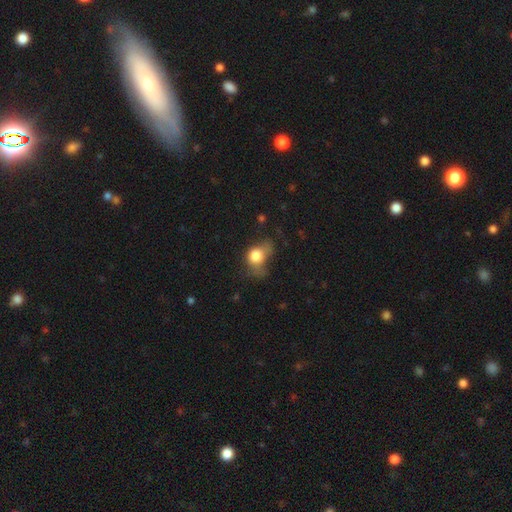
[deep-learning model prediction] A smooth galaxy with no disk features (76%) that is in between round and cigar-shaped (51%).

Vote fractions:
- Smooth or featured? smooth: 76% / featured or disk: 14% / star or artifact: 10%
- How rounded? in between: 51% / round: 48% / cigar-shaped: 2%
- Merging? major disturbance: 36% / minor disturbance: 33% / none: 27% / merger: 5%